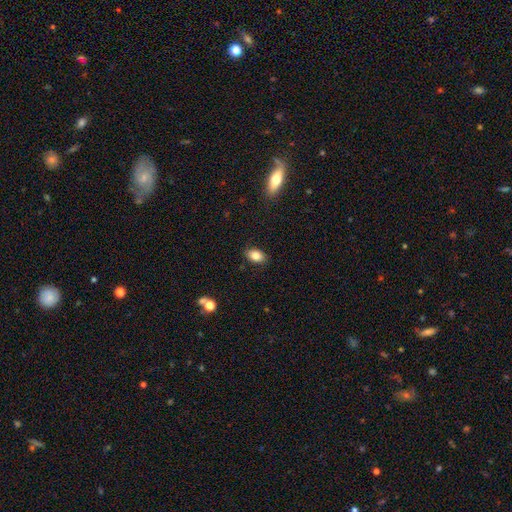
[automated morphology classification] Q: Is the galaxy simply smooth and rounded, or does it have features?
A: smooth — 83%.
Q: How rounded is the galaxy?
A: in between — 84%.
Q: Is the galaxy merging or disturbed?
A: none — 86%.